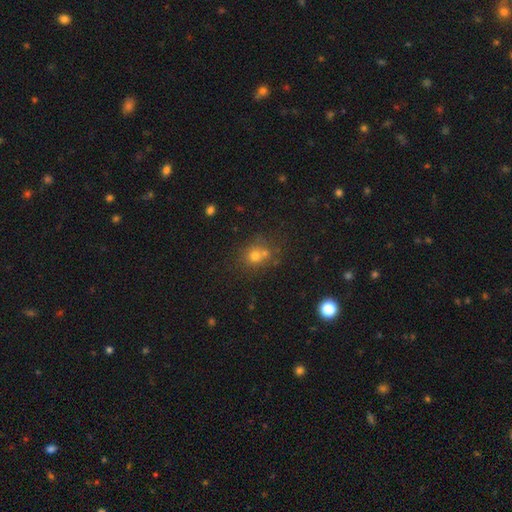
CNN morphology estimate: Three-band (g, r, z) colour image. It shows a smooth galaxy with no disk features (67%) that is round (79%). Merging: none (55%).